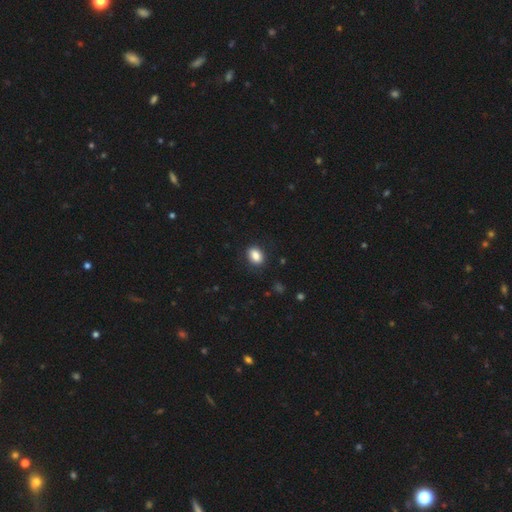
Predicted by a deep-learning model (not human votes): Smooth or featured?
  - smooth: 85% *
  - star or artifact: 8%
  - featured or disk: 6%
How rounded?
  - in between: 75% *
  - round: 24%
  - cigar-shaped: 1%
Merging?
  - none: 86% *
  - minor disturbance: 10%
  - major disturbance: 3%
  - merger: 1%